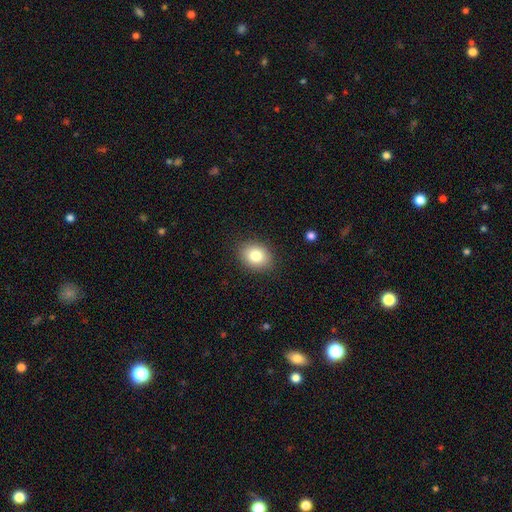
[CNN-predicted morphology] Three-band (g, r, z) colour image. It shows a smooth galaxy with no disk features (82%) that is in between round and cigar-shaped (54%). Merging: none (88%).